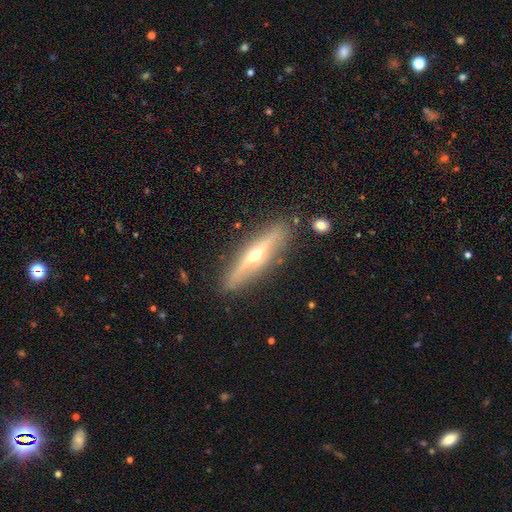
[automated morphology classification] Smooth or featured? Predicted: featured or disk (p=0.74). Edge-on disk? Predicted: yes (p=0.93). Edge-on bulge? Predicted: rounded (p=0.93). Merging? Predicted: none (p=0.87).